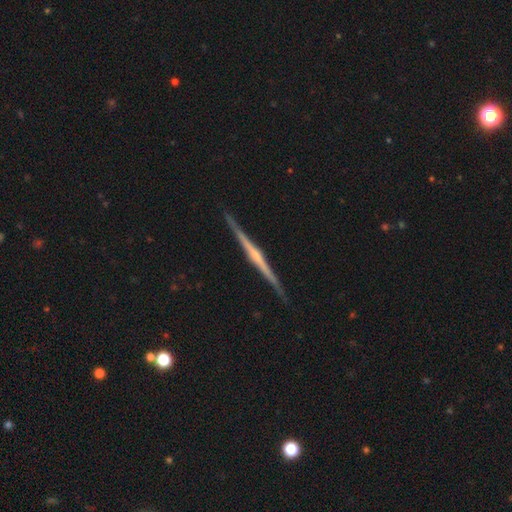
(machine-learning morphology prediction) smooth-or-featured: featured or disk: 82% | smooth: 13% | star or artifact: 5%
  disk-edge-on: yes: 99% | no: 1%
    edge-on-bulge: rounded: 55% | none: 31% | boxy: 14%
  merging: none: 92% | minor disturbance: 6% | major disturbance: 1% | merger: 1%